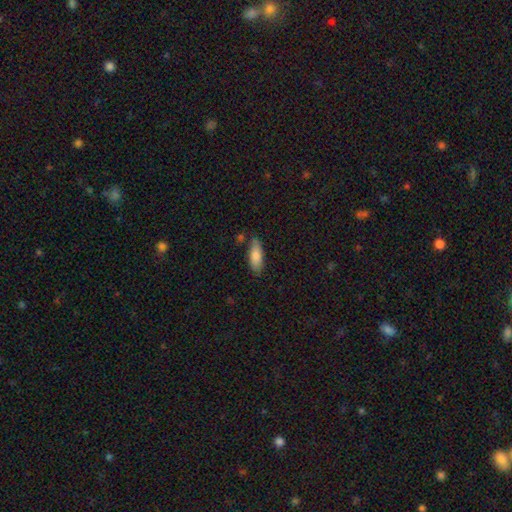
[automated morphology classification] This is clearly a smooth galaxy (83%). How rounded: likely in between (72%). Merging: likely none (76%).